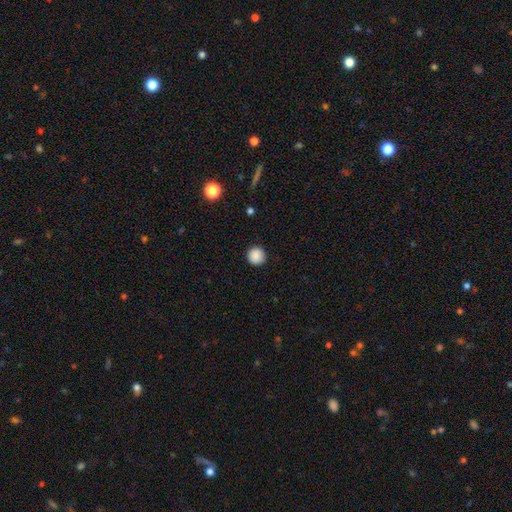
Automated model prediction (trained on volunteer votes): Smooth or featured: smooth — 89% (star or artifact — 9%)
How rounded: round — 95% (in between — 4%)
Merging: none — 92% (minor disturbance — 5%)